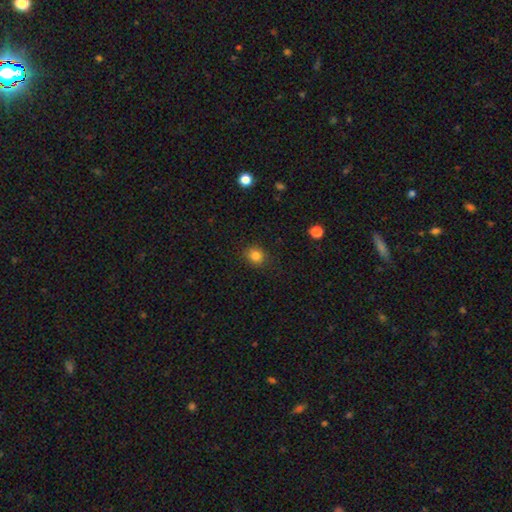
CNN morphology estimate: A smooth galaxy with no disk features (84%) that is round (78%).

Vote fractions:
- Smooth or featured? smooth: 84% / star or artifact: 12% / featured or disk: 4%
- How rounded? round: 78% / in between: 21% / cigar-shaped: 1%
- Merging? none: 87% / minor disturbance: 9% / major disturbance: 3% / merger: 1%